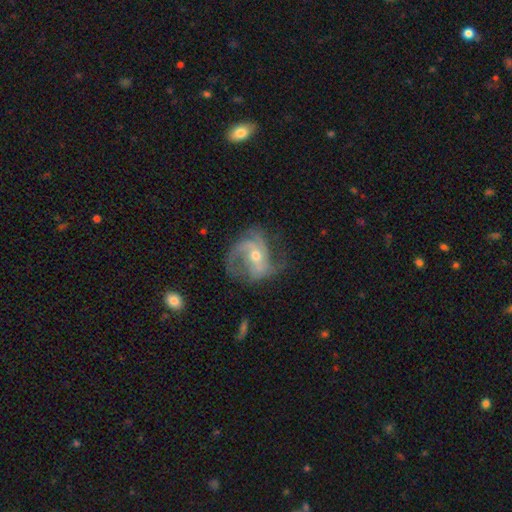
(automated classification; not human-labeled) Morphology: type=featured or disk (84%); edge-on=no (97%); bar=no (44%); spiral arms=yes (94%); winding=medium (48%); arm count=2 (41%); bulge=moderate (53%); merging=none (56%).